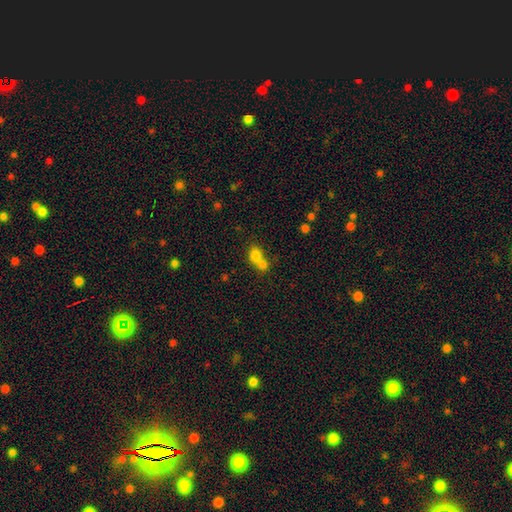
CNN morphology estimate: Smooth or featured? smooth (76%)
How rounded? round (54%)
Merging? merger (64%)